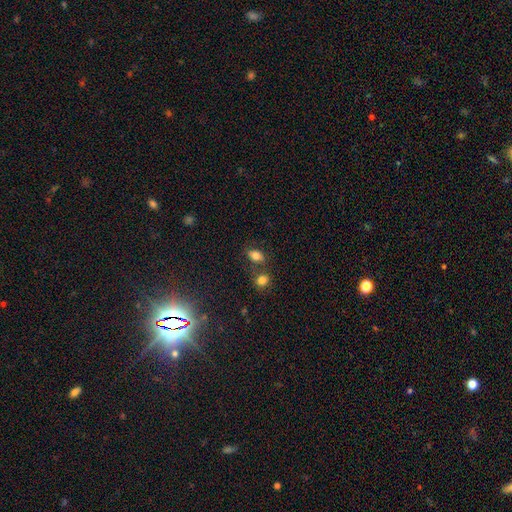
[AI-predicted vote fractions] smooth_or_featured: smooth (p=0.79) [alt: star or artifact p=0.12]
how_rounded: in between (p=0.81) [alt: round p=0.15]
merging: none (p=0.65) [alt: merger p=0.18]